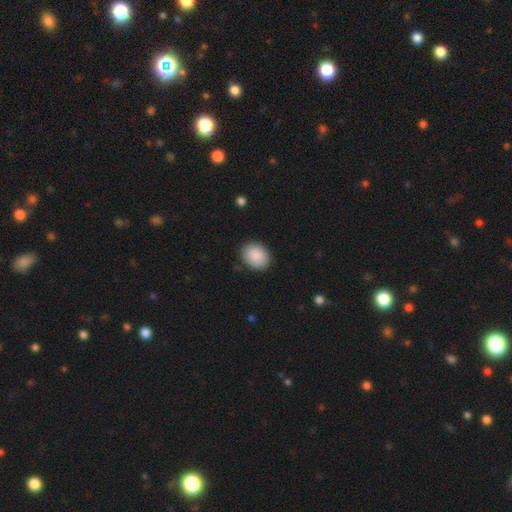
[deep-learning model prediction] This appears to be a smooth galaxy with no disk features (90%) that is in between round and cigar-shaped (56%). Merging: none (89%).